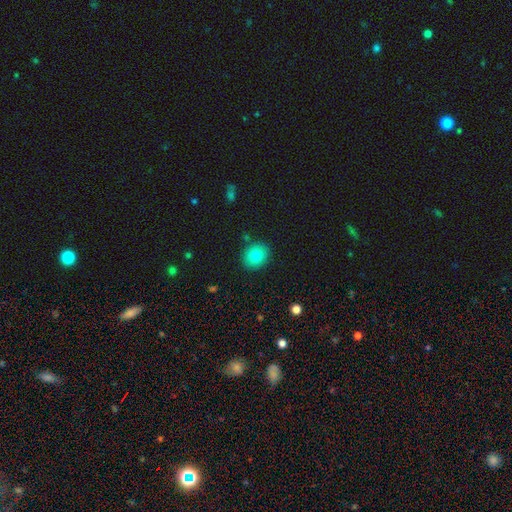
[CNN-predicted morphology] Smooth or featured: smooth — 77% (featured or disk — 12%)
How rounded: round — 71% (in between — 28%)
Merging: none — 88% (minor disturbance — 8%)